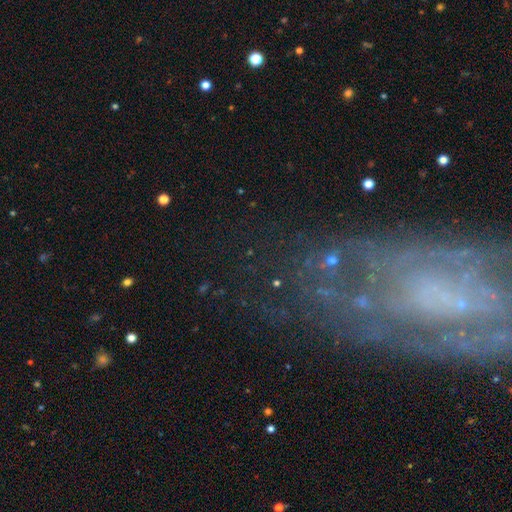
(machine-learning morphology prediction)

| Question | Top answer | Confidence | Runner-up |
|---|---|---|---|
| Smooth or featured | featured or disk | 69% | smooth (16%) |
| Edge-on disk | no | 92% | yes (8%) |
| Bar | no | 71% | weak (21%) |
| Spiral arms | yes | 66% | no (34%) |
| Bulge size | none | 41% | small (40%) |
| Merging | none | 62% | minor disturbance (19%) |